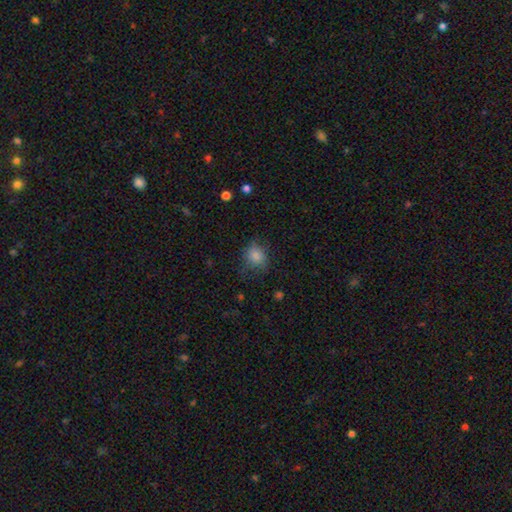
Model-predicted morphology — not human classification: A smooth galaxy with no disk features (82%) that is round (69%). Merging: none (64%).